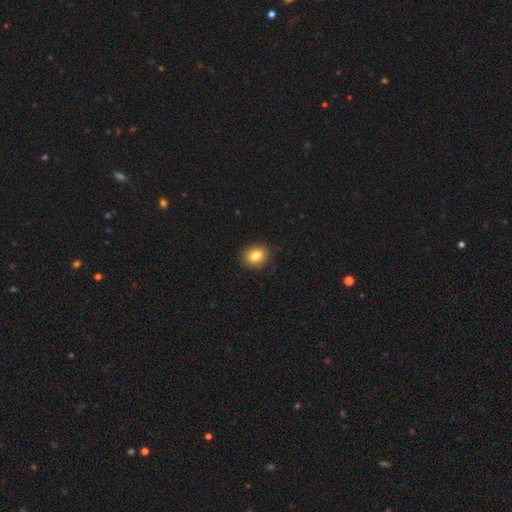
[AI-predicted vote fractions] smooth_or_featured: smooth (p=0.84) [alt: star or artifact p=0.10]
how_rounded: round (p=0.62) [alt: in between p=0.37]
merging: none (p=0.90) [alt: minor disturbance p=0.07]